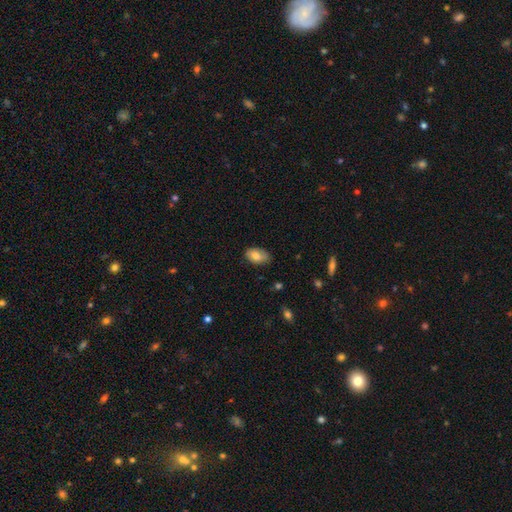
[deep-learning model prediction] Overall: smooth (76%). How rounded: in between (89%). Merging: none (76%).